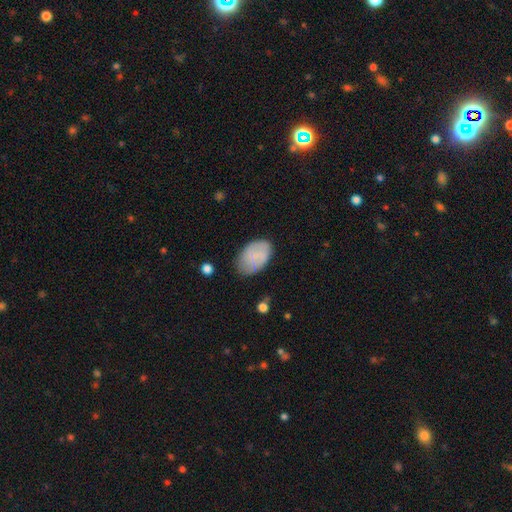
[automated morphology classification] The model was most divided on "merging": none: 72%, minor disturbance: 20%, major disturbance: 5%, merger: 2%. More confident: how rounded — in between (90%); smooth or featured — smooth (73%).